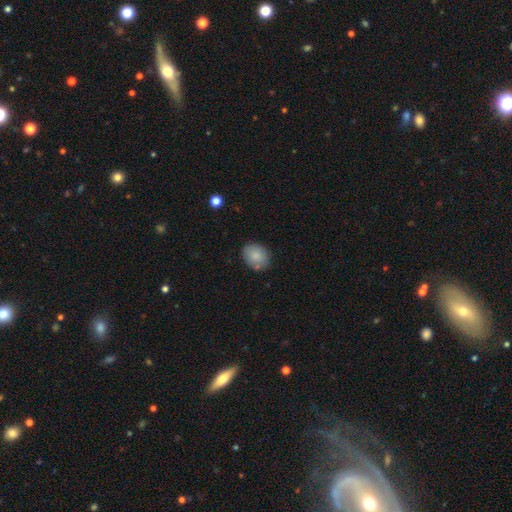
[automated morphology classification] Smooth or featured?
  - smooth: 84% *
  - featured or disk: 9%
  - star or artifact: 7%
How rounded?
  - in between: 50% *
  - round: 49%
  - cigar-shaped: 1%
Merging?
  - none: 79% *
  - minor disturbance: 14%
  - merger: 4%
  - major disturbance: 3%